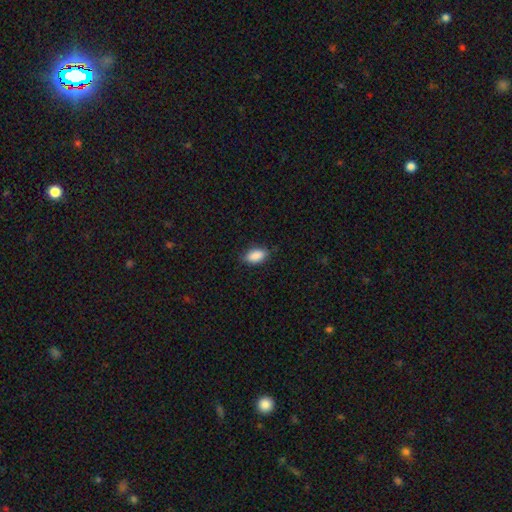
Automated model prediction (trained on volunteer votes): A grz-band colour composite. It shows a smooth galaxy with no disk features (89%) that is in between round and cigar-shaped (91%). Merging: none (82%).